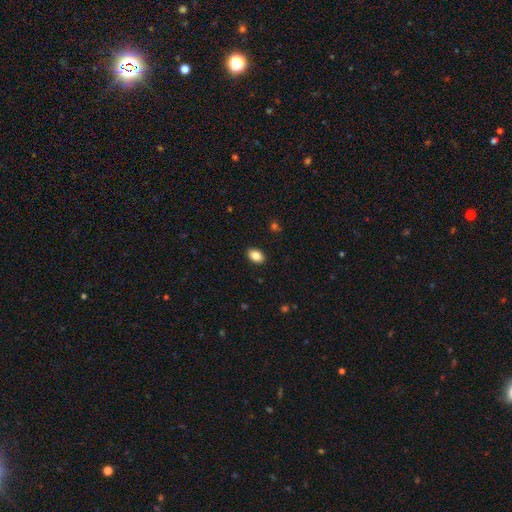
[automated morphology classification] This appears to be a smooth galaxy with no disk features (85%) that is in between round and cigar-shaped (84%). Merging: none (89%).